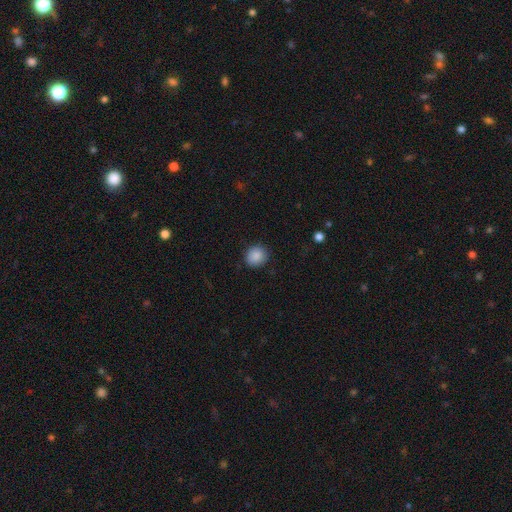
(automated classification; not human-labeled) Morphology: type=smooth (88%); roundness=round (83%); merging=none (87%).